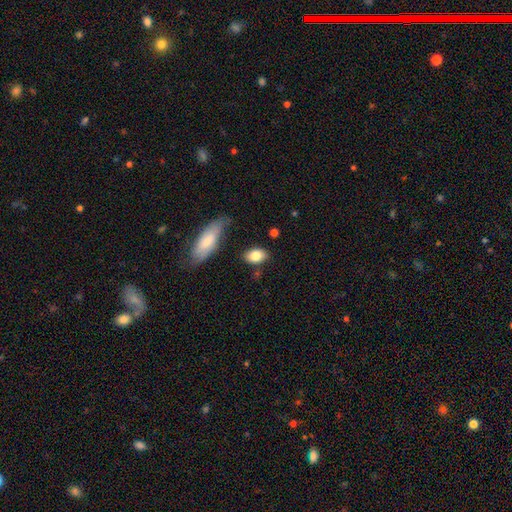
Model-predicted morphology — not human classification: Smooth or featured? smooth (81%)
How rounded? in between (86%)
Merging? none (77%)